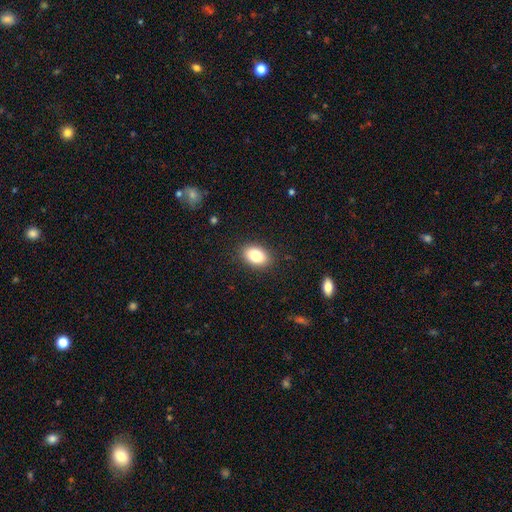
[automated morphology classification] This appears to be a smooth galaxy with no disk features (83%) that is in between round and cigar-shaped (84%). Merging: none (88%).